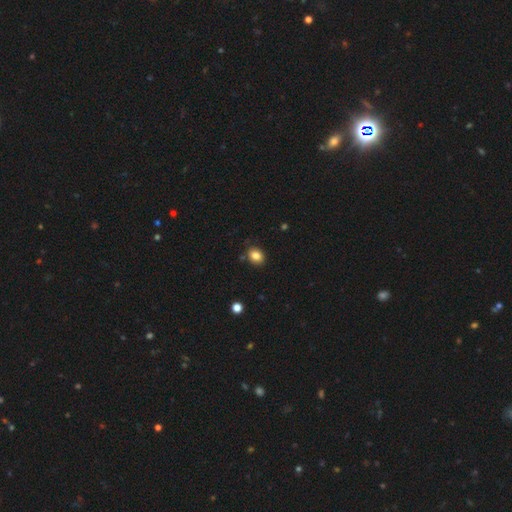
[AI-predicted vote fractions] Morphology: type=smooth (84%); roundness=in between (50%, tied with round); merging=none (83%).